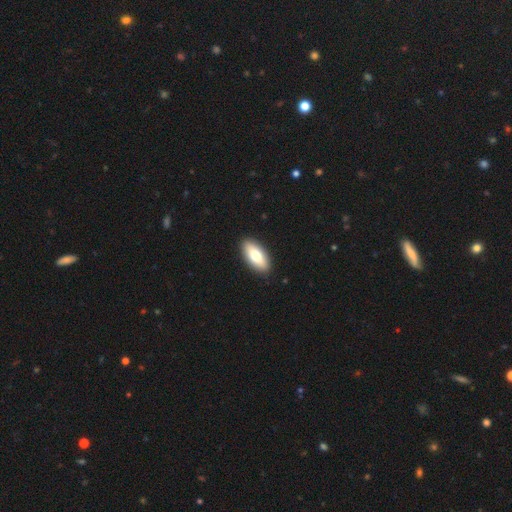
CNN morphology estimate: Smooth or featured: smooth — 75% (featured or disk — 20%)
How rounded: in between — 87% (cigar-shaped — 10%)
Merging: none — 91% (minor disturbance — 7%)